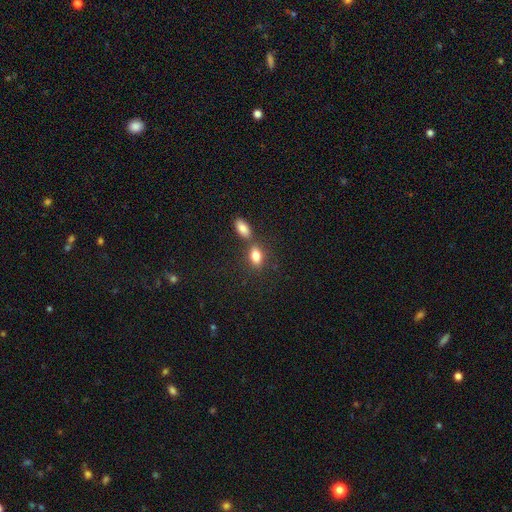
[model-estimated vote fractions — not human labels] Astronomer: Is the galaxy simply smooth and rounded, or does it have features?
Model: smooth — 81%.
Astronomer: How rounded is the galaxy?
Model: in between — 84%.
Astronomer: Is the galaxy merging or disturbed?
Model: none — 56%.